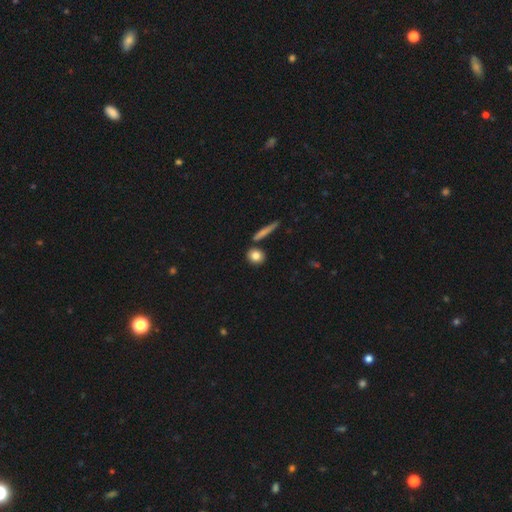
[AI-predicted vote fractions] Overall: smooth (82%). How rounded: round (66%). Merging: none (80%).